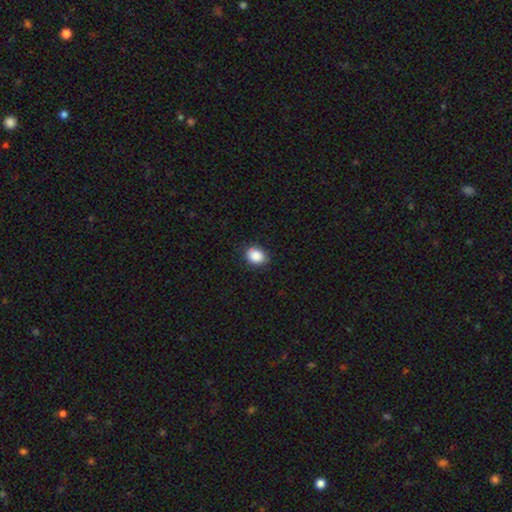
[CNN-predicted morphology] type=smooth (88%); roundness=in between (59%); merging=none (85%).